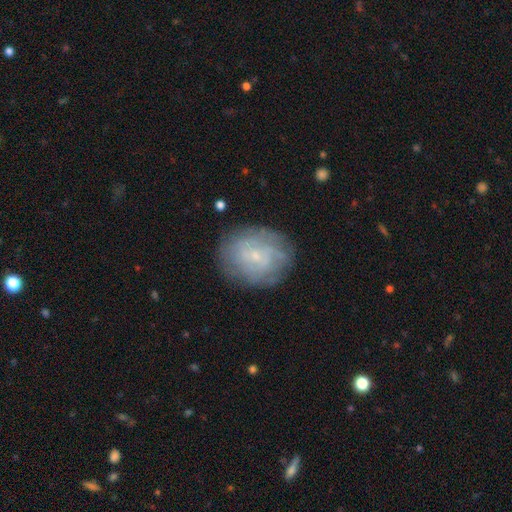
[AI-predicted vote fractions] Smooth or featured? featured or disk (55%)
Edge-on disk? no (97%)
Bar? no (67%)
Spiral arms? yes (67%)
Bulge size? small (80%)
Merging? none (77%)